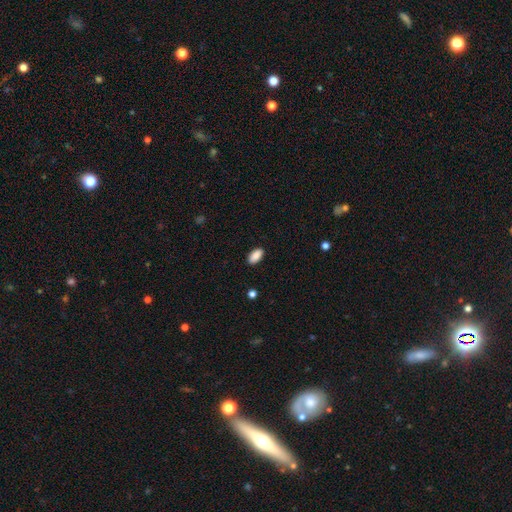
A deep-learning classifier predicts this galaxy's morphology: Smooth or featured? Predicted: smooth (p=0.90). How rounded? Predicted: in between (p=0.93). Merging? Predicted: none (p=0.89).